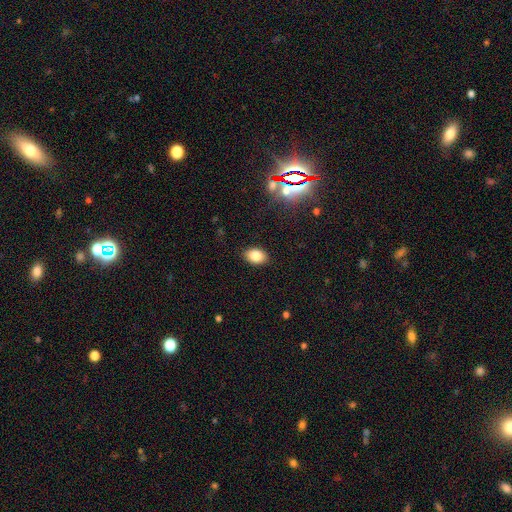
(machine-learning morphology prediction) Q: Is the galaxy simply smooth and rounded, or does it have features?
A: smooth — 82%.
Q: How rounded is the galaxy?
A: in between — 84%.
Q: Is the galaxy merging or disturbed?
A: none — 88%.